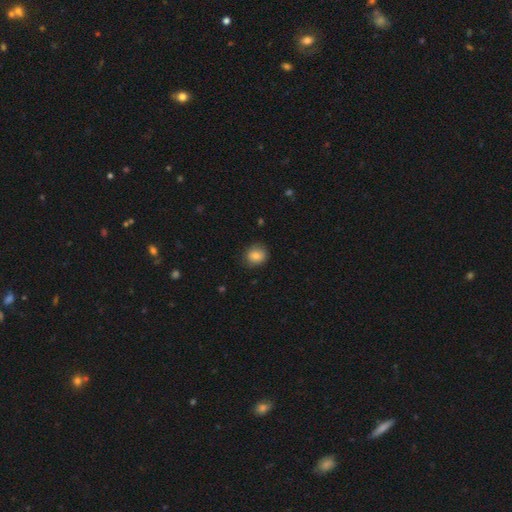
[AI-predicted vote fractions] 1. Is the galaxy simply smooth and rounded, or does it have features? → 80% smooth, 11% featured or disk, 9% star or artifact.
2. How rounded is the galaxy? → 75% round, 24% in between, 1% cigar-shaped.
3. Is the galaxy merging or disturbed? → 80% none, 15% minor disturbance, 4% major disturbance, 1% merger.